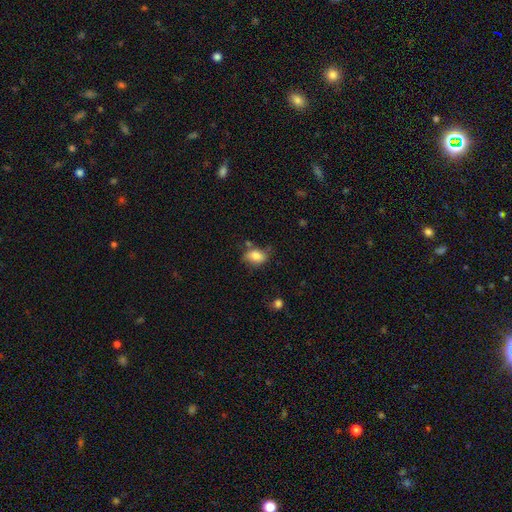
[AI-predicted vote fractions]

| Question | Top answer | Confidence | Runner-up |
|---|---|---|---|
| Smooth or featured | smooth | 82% | featured or disk (9%) |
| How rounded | in between | 80% | round (18%) |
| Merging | none | 59% | minor disturbance (26%) |